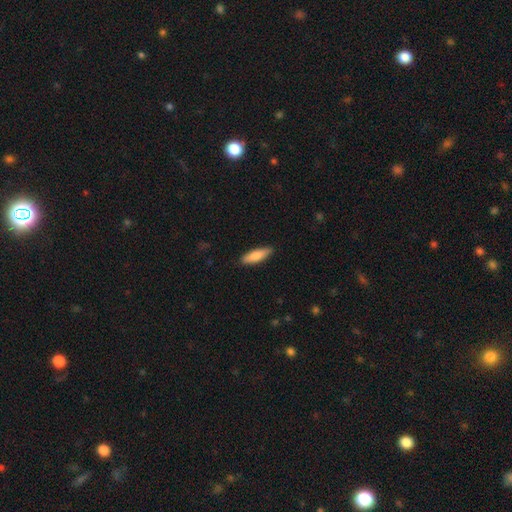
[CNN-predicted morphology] smooth-or-featured: smooth: 79% | featured or disk: 16% | star or artifact: 5%
  how-rounded: cigar-shaped: 58% | in between: 41% | round: 2%
  merging: none: 87% | minor disturbance: 10% | major disturbance: 2% | merger: 1%